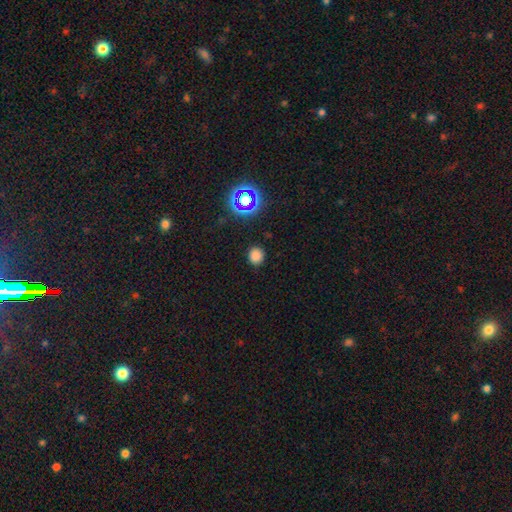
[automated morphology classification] Smooth or featured?
  - smooth: 78% *
  - star or artifact: 18%
  - featured or disk: 4%
How rounded?
  - round: 84% *
  - in between: 15%
  - cigar-shaped: 1%
Merging?
  - none: 88% *
  - minor disturbance: 8%
  - major disturbance: 3%
  - merger: 1%